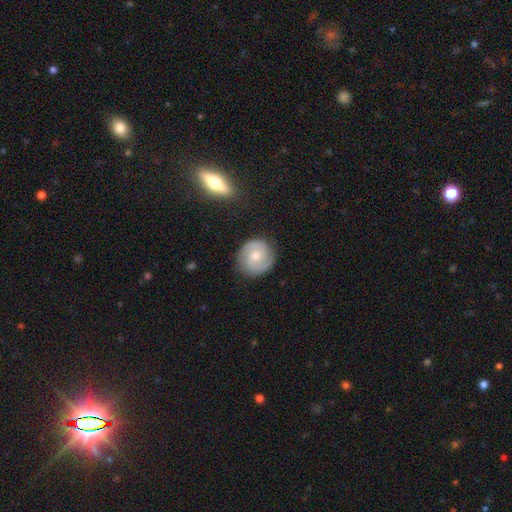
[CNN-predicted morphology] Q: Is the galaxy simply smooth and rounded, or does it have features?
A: featured or disk — 67%.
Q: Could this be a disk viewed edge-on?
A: no — 98%.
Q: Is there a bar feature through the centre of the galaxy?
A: no — 63%.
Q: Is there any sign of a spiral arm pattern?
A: yes — 92%.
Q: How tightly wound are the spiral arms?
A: tight — 55%.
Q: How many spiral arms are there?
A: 2 — 81%.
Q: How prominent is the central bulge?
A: moderate — 63%.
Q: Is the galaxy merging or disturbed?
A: none — 84%.